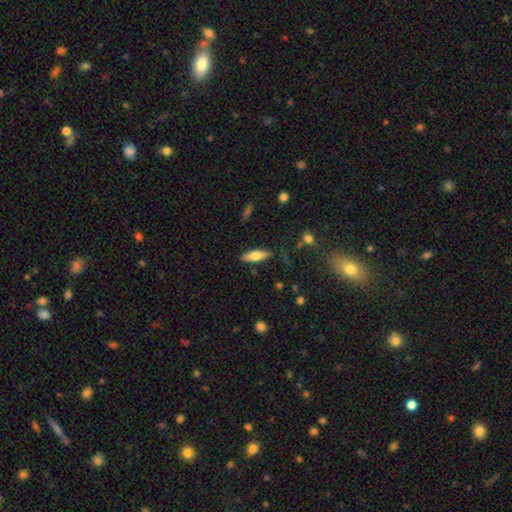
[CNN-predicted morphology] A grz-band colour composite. It shows a smooth galaxy with no disk features (71%) that is in between round and cigar-shaped (63%). Merging: none (83%).